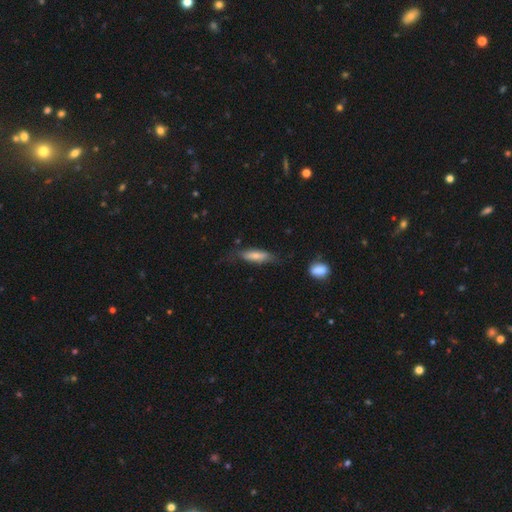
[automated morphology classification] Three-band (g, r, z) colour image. It shows a smooth galaxy with no disk features (69%) that is cigar-shaped (55%). Merging: none (64%).